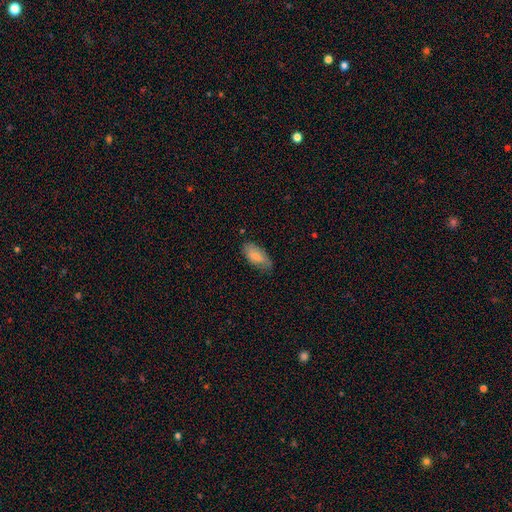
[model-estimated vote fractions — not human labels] This is likely a smooth galaxy (79%). How rounded: clearly in between (91%). Merging: likely none (69%).